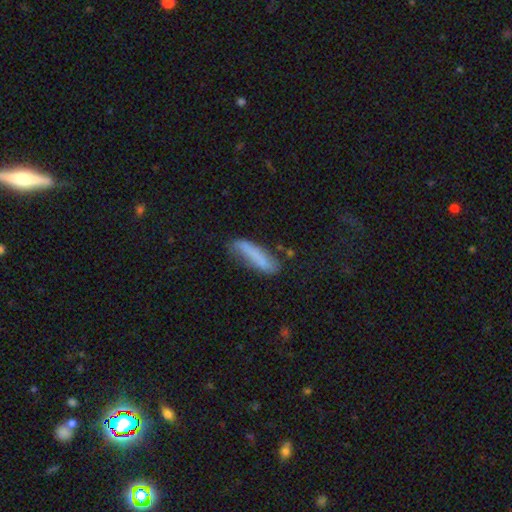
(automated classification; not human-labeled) This is likely a smooth galaxy (73%). How rounded: likely cigar-shaped (78%). Merging: possibly none (58%).